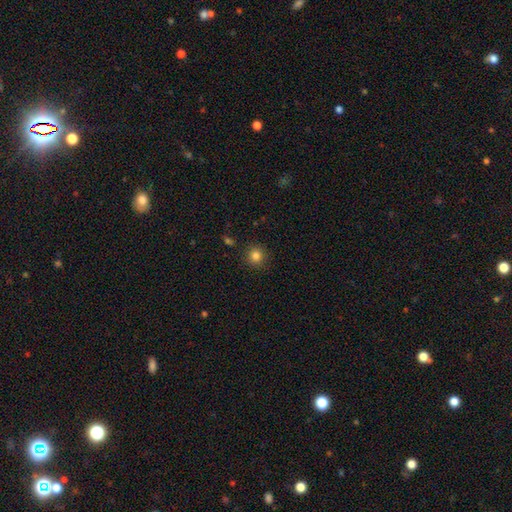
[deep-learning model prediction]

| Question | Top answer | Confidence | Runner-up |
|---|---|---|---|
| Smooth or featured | smooth | 83% | star or artifact (12%) |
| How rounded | round | 92% | in between (7%) |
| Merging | none | 90% | minor disturbance (7%) |